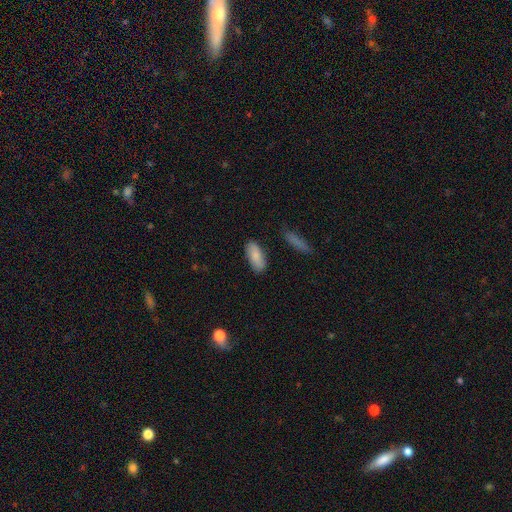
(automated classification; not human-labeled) Morphology: type=smooth (85%); roundness=in between (85%); merging=none (83%).